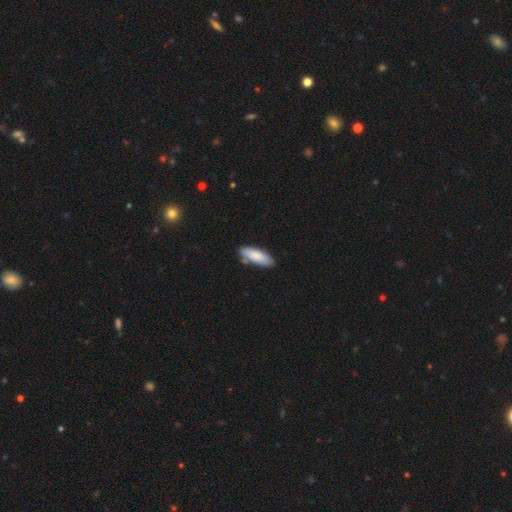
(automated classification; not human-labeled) This is clearly a smooth galaxy (84%). How rounded: likely in between (66%). Merging: likely none (77%).